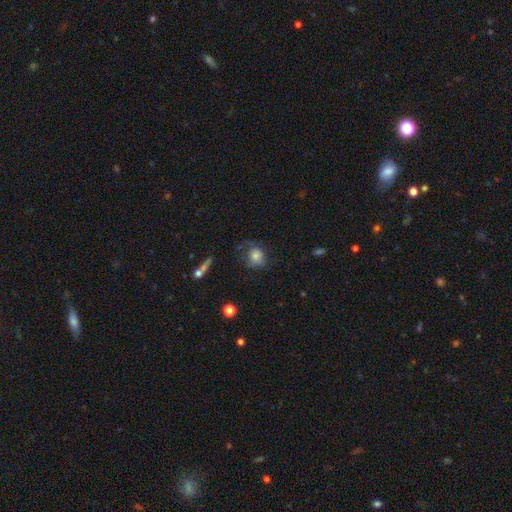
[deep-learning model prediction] Overall: smooth (70%). How rounded: round (63%; in between 36%). Merging: none (42%; major disturbance 29%).